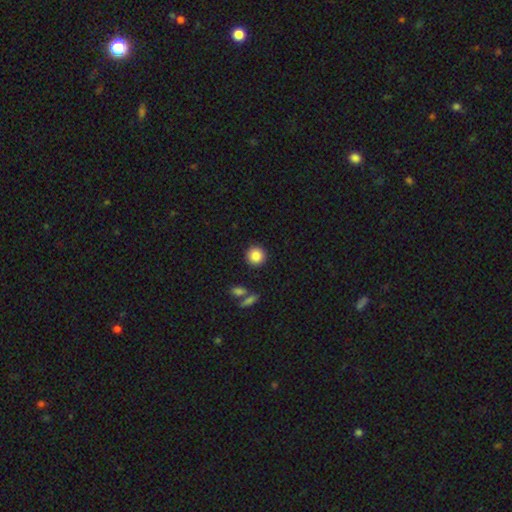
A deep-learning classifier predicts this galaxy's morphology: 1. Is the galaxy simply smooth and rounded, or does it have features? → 86% smooth, 9% star or artifact, 5% featured or disk.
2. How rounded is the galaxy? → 93% round, 6% in between, 1% cigar-shaped.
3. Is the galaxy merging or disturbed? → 89% none, 6% minor disturbance, 3% merger, 2% major disturbance.